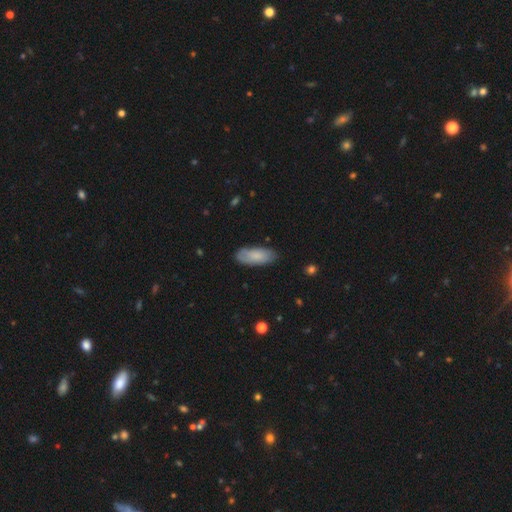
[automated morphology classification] This appears to be a smooth galaxy with no disk features (79%) that is in between round and cigar-shaped (80%). Merging: none (80%).